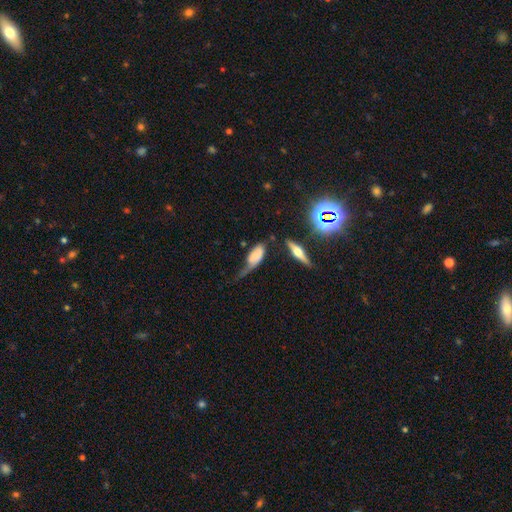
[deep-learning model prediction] smooth 56%, featured or disk 34%, star or artifact 9%. Down the decision tree: how rounded — in between (81%); merging — major disturbance (41%).